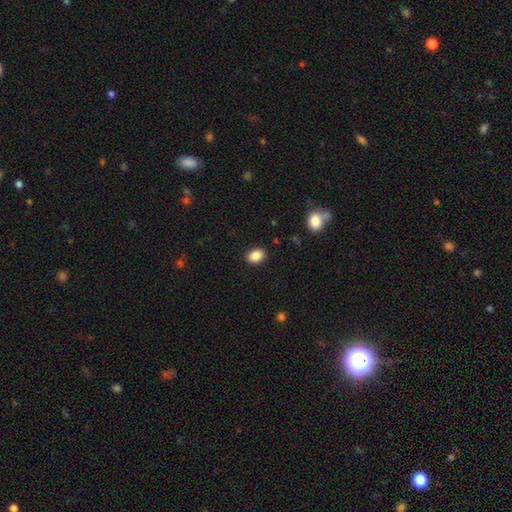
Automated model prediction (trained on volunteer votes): smooth_or_featured: smooth (p=0.87) [alt: star or artifact p=0.09]
how_rounded: in between (p=0.63) [alt: round p=0.36]
merging: none (p=0.89) [alt: minor disturbance p=0.07]